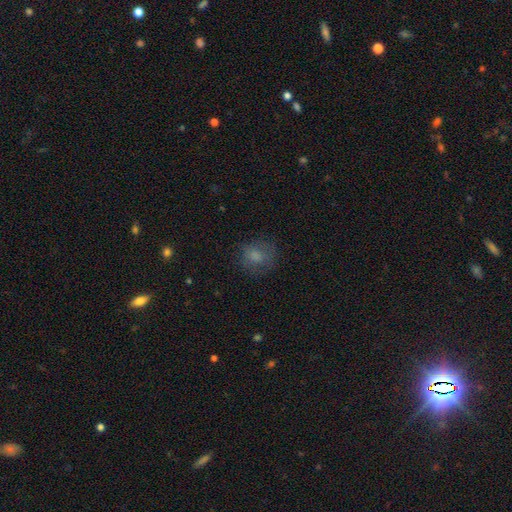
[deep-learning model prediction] smooth-or-featured: smooth: 74% | star or artifact: 13% | featured or disk: 13%
  how-rounded: round: 75% | in between: 24% | cigar-shaped: 1%
  merging: none: 72% | minor disturbance: 18% | major disturbance: 10% | merger: 1%